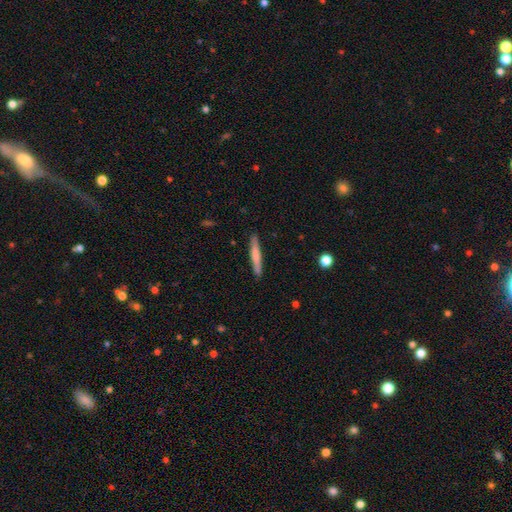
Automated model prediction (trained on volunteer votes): Morphology: type=smooth (67%); roundness=cigar-shaped (94%); merging=none (89%).